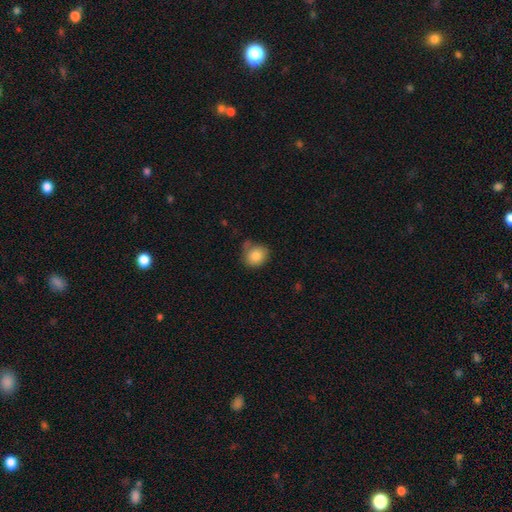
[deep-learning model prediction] A smooth galaxy with no disk features (86%) that is round (76%). Merging: none (66%).